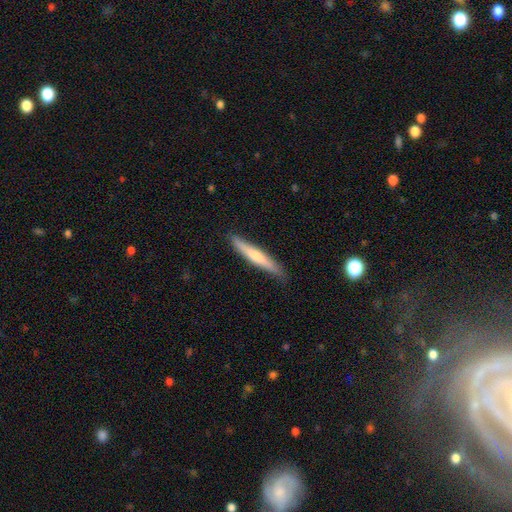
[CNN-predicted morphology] The model was most divided on "smooth or featured": smooth: 50%, featured or disk: 44%, star or artifact: 6%. More confident: how rounded — cigar-shaped (94%); merging — none (86%).